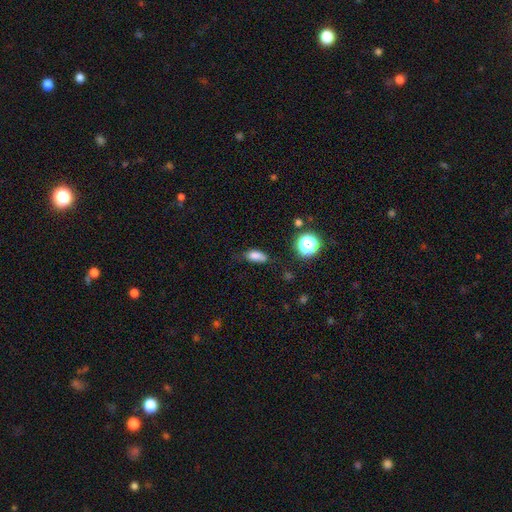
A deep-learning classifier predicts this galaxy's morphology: smooth 78%, star or artifact 13%, featured or disk 9%. Down the decision tree: how rounded — in between (80%); merging — none (50%).